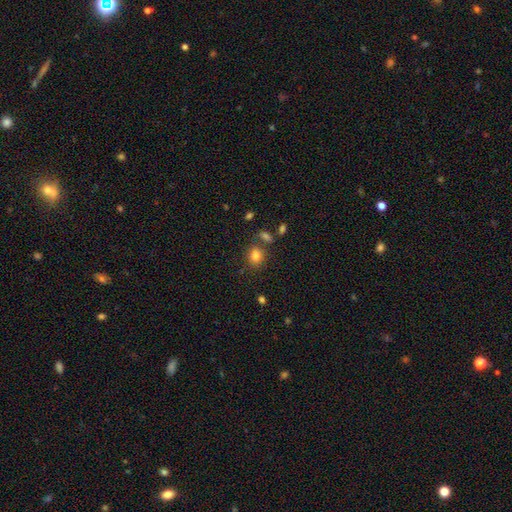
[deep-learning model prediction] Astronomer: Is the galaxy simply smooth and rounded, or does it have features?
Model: smooth — 81%.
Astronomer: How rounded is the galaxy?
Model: round — 66%.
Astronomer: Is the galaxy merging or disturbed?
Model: none — 70%.